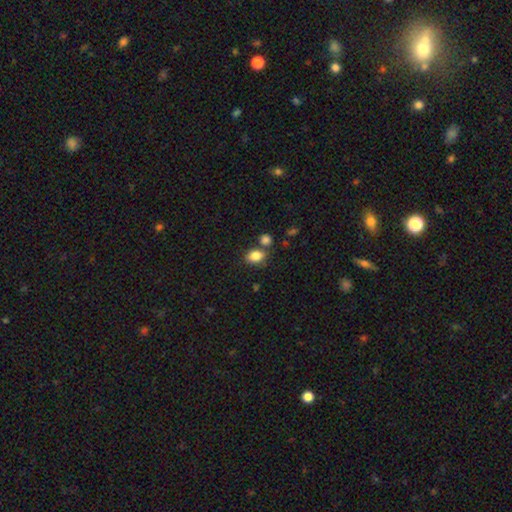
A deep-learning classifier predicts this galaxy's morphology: This appears to be a smooth galaxy with no disk features (84%) that is in between round and cigar-shaped (70%). Merging: none (67%).